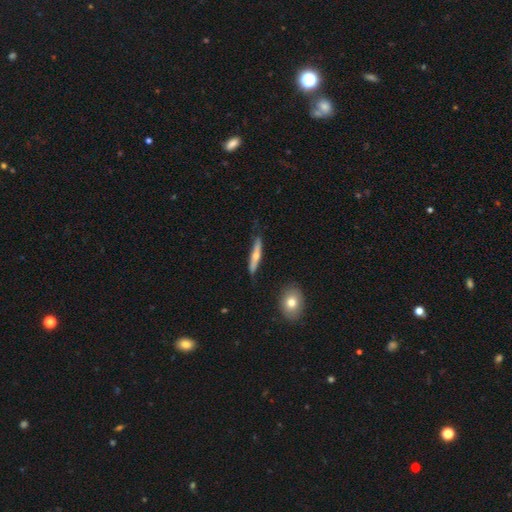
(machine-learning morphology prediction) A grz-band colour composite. It shows a featured or disk galaxy (53%) viewed edge-on (90%). Merging: none (80%).